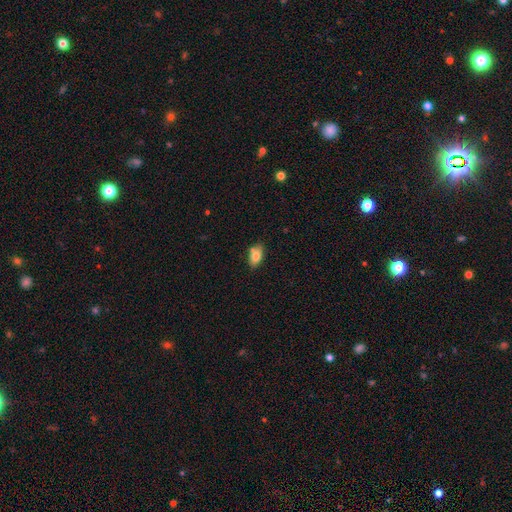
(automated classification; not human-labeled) Overall: smooth (79%). How rounded: in between (90%). Merging: none (71%).